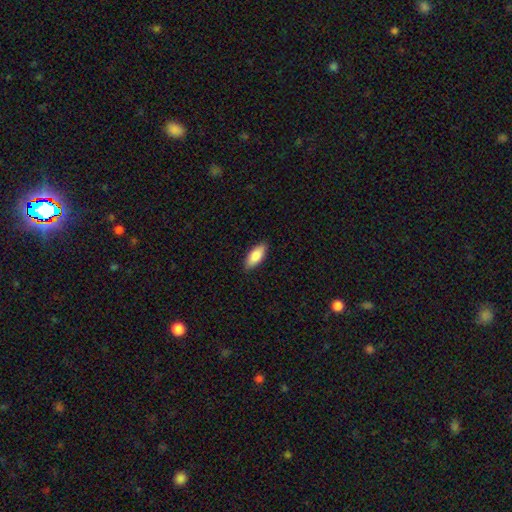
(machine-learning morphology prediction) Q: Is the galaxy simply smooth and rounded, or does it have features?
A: smooth — 85%.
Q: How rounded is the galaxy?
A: in between — 83%.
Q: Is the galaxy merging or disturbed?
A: none — 87%.